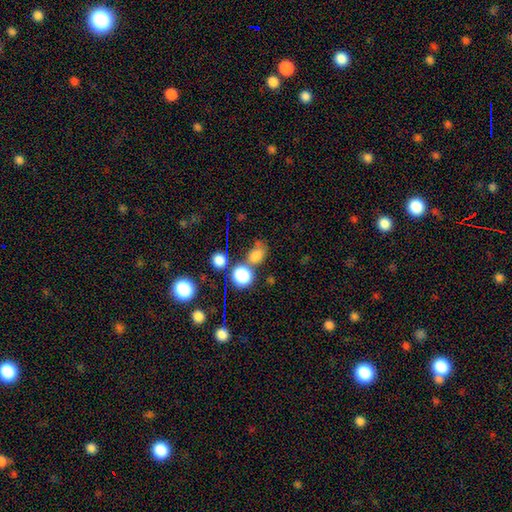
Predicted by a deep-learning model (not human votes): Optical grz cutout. It shows a smooth galaxy with no disk features (74%) that is round (55%). Merging: none (57%).